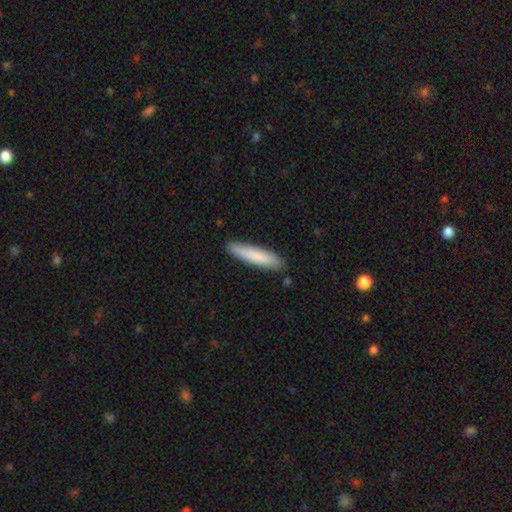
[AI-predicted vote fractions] Smooth or featured: smooth — 82% (featured or disk — 13%)
How rounded: cigar-shaped — 87% (in between — 12%)
Merging: none — 86% (minor disturbance — 11%)